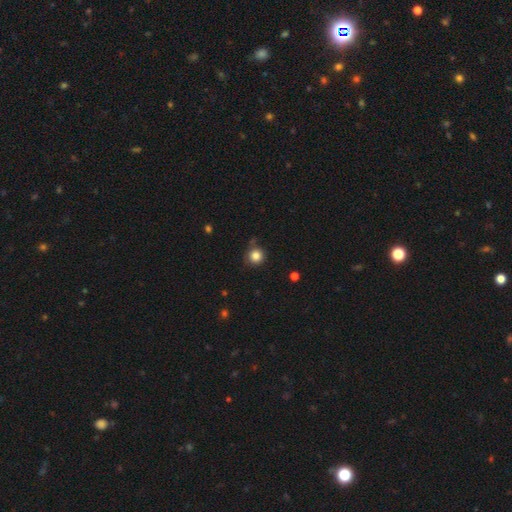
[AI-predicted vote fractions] Overall: smooth (83%). How rounded: round (93%). Merging: none (82%).